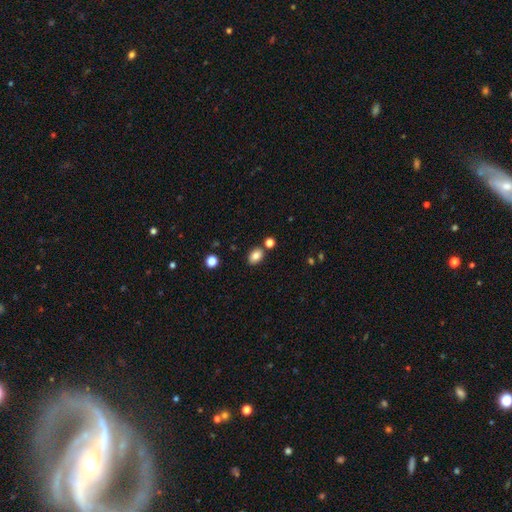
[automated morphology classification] The model was most divided on "how rounded": in between: 79%, round: 20%, cigar-shaped: 1%. More confident: smooth or featured — smooth (83%); merging — none (81%).